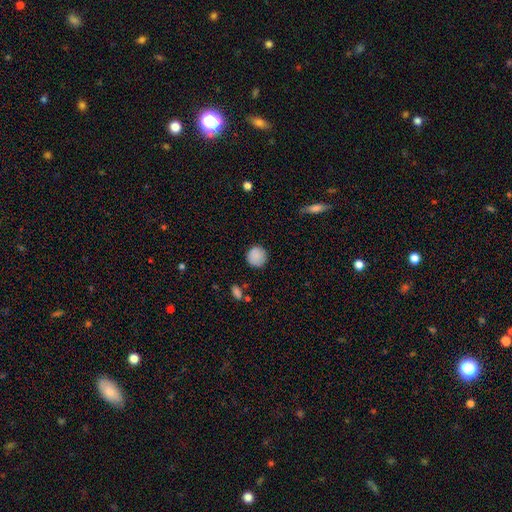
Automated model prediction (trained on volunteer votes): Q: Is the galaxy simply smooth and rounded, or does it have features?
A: smooth — 87%.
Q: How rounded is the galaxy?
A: round — 92%.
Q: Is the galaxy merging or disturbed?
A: none — 85%.